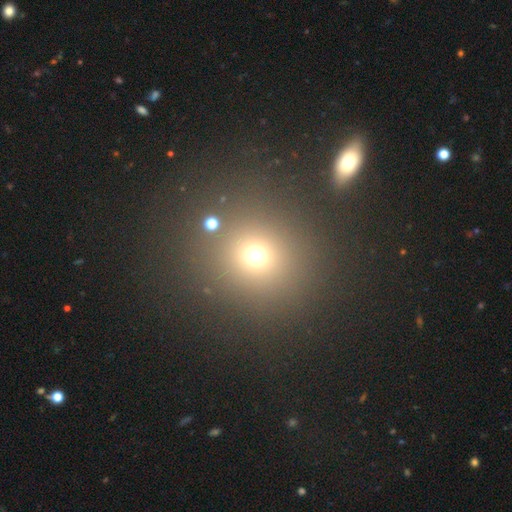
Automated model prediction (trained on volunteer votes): This is likely a smooth galaxy (68%). How rounded: clearly round (85%). Merging: clearly none (81%).